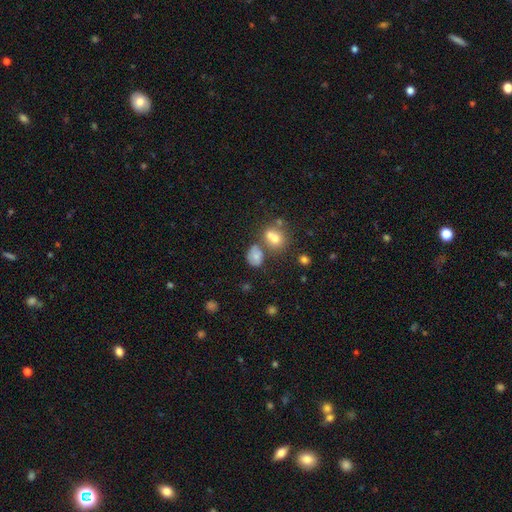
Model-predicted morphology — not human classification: Smooth or featured?
  - smooth: 69% *
  - featured or disk: 17%
  - star or artifact: 14%
How rounded?
  - in between: 51% *
  - round: 47%
  - cigar-shaped: 1%
Merging?
  - none: 48% *
  - merger: 26%
  - minor disturbance: 18%
  - major disturbance: 8%